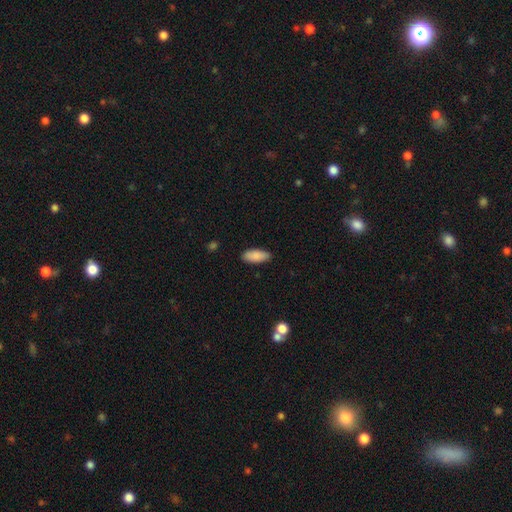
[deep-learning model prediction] A smooth galaxy with no disk features (89%) that is in between round and cigar-shaped (81%). Merging: none (88%).